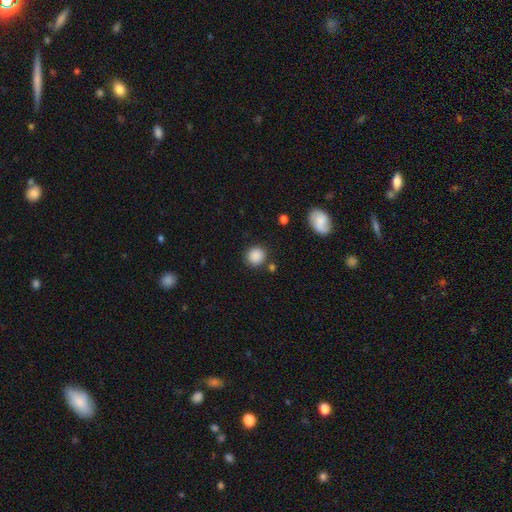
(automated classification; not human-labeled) Smooth or featured?
  - smooth: 88% *
  - star or artifact: 9%
  - featured or disk: 3%
How rounded?
  - round: 89% *
  - in between: 10%
  - cigar-shaped: 1%
Merging?
  - none: 84% *
  - minor disturbance: 9%
  - merger: 4%
  - major disturbance: 3%